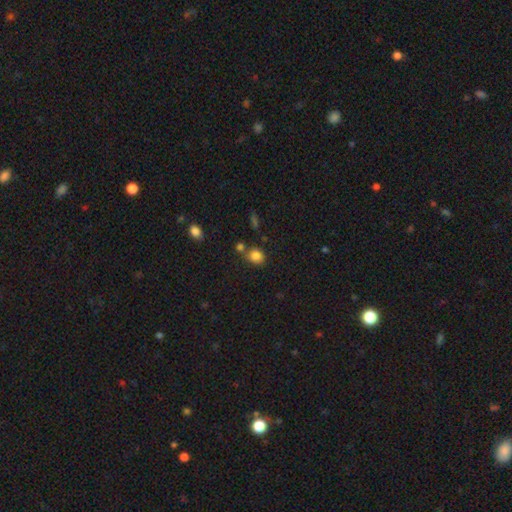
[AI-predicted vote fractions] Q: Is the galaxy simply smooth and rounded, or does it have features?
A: smooth — 84%.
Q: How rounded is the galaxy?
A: round — 64%.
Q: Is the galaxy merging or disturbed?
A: none — 63%.